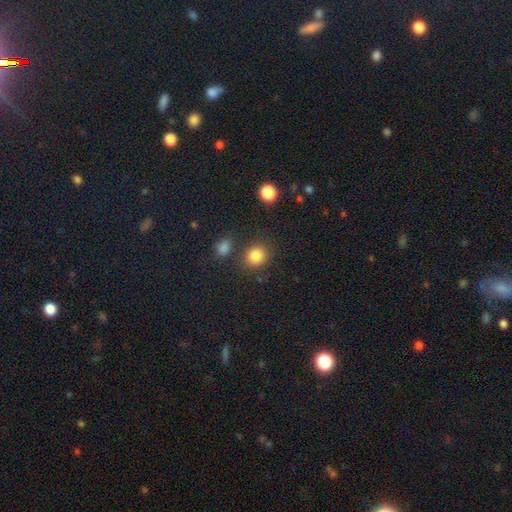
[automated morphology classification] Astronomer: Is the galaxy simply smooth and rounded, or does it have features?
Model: smooth — 83%.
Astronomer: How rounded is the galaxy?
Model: round — 81%.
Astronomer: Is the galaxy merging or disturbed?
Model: none — 79%.